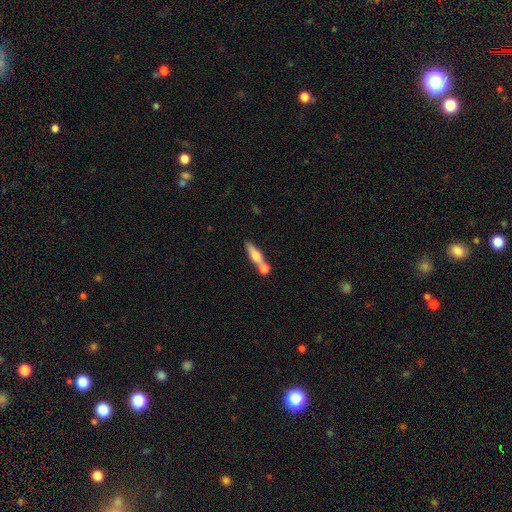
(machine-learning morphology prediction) Smooth or featured? smooth (58%)
How rounded? cigar-shaped (61%)
Merging? merger (42%, tied with none)